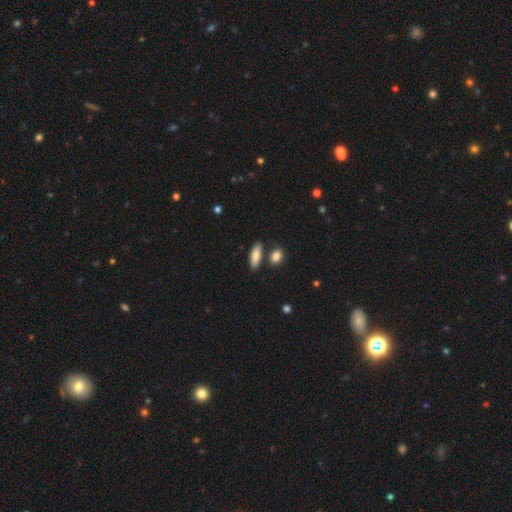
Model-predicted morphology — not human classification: The model was most divided on "how rounded": in between: 63%, cigar-shaped: 34%, round: 3%. More confident: smooth or featured — smooth (83%); merging — none (77%).